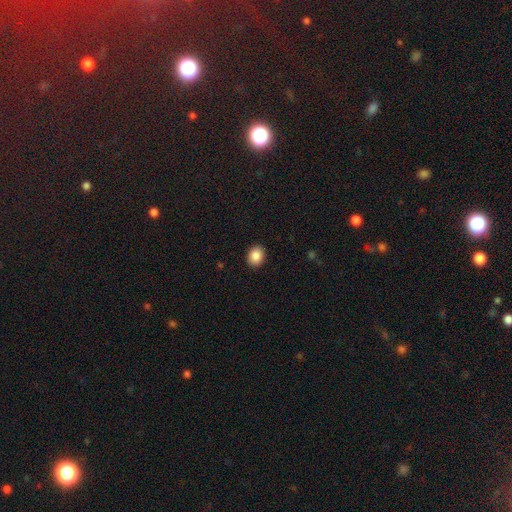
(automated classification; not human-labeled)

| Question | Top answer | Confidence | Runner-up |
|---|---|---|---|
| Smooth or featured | smooth | 88% | star or artifact (8%) |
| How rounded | in between | 52% | round (47%) |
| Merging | none | 91% | minor disturbance (6%) |